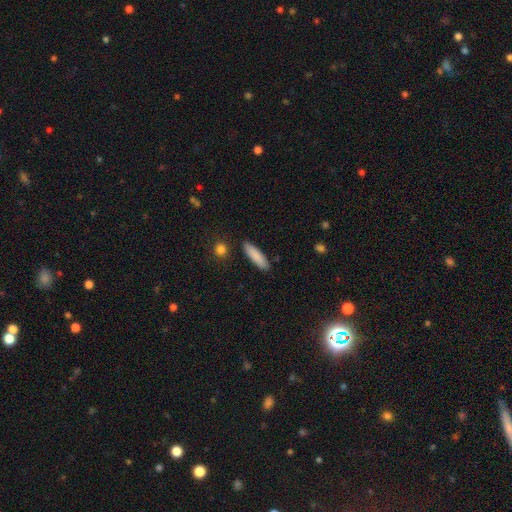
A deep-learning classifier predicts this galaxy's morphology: This appears to be a smooth galaxy with no disk features (86%) that is cigar-shaped (67%). Merging: none (88%).